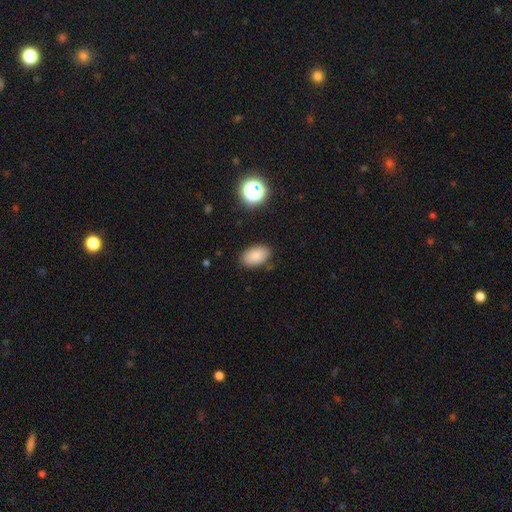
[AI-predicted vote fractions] smooth 83%, star or artifact 10%, featured or disk 7%. Down the decision tree: how rounded — in between (91%); merging — none (85%).